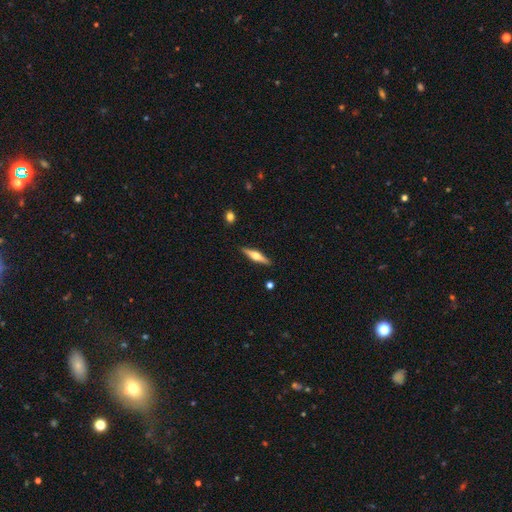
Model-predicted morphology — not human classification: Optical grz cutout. It shows a featured or disk galaxy (60%) viewed edge-on (96%) with a rounded central bulge (93%). Merging: none (90%).